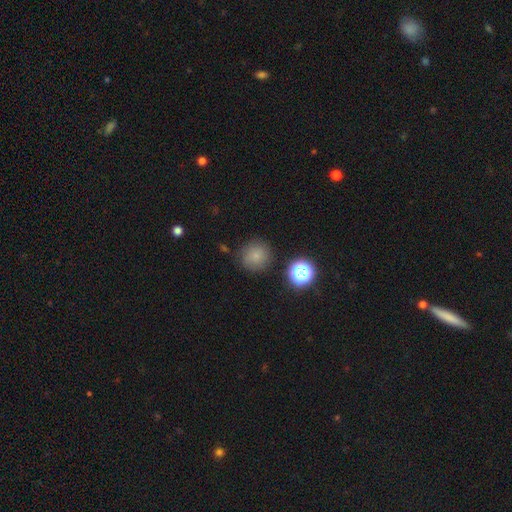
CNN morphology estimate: smooth_or_featured: smooth (p=0.77) [alt: star or artifact p=0.15]
how_rounded: round (p=0.90) [alt: in between p=0.09]
merging: none (p=0.81) [alt: minor disturbance p=0.12]